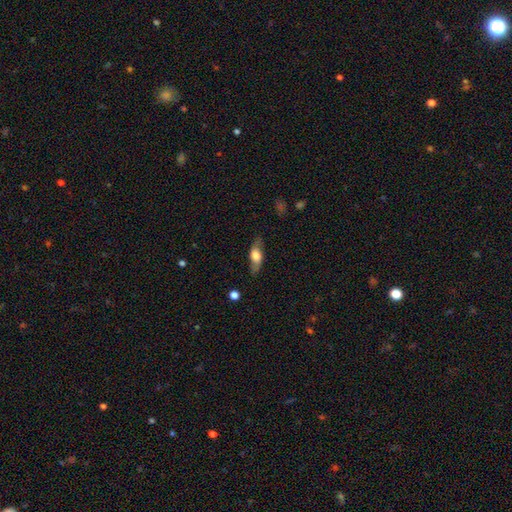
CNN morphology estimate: A smooth galaxy with no disk features (53%) that is in between round and cigar-shaped (63%). Merging: none (80%).